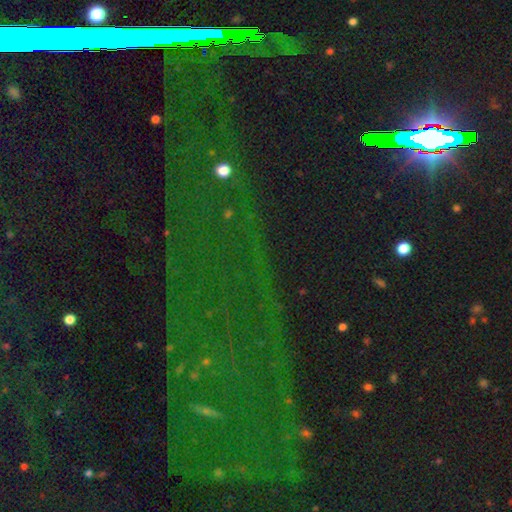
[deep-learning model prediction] This is clearly a star or artifact rather than a galaxy (84%).